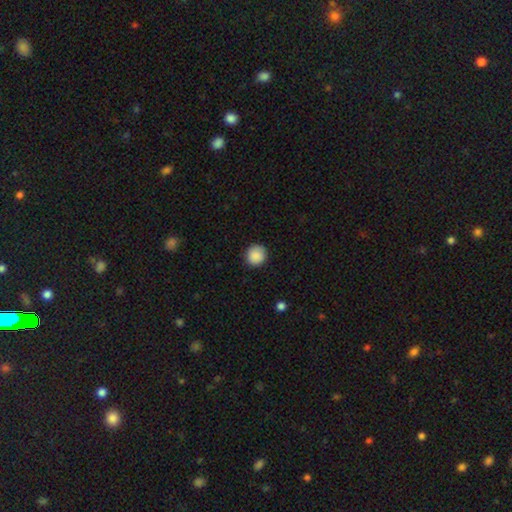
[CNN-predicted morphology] This is clearly a smooth galaxy (89%). How rounded: clearly round (92%). Merging: clearly none (90%).